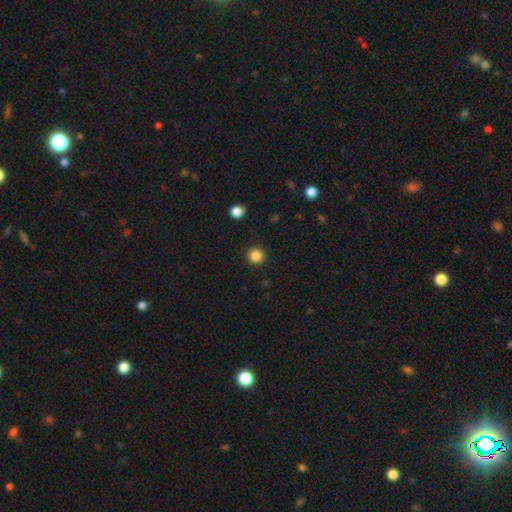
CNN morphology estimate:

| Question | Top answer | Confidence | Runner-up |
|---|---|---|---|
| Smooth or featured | smooth | 86% | star or artifact (11%) |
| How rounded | round | 95% | in between (4%) |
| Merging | none | 93% | minor disturbance (5%) |